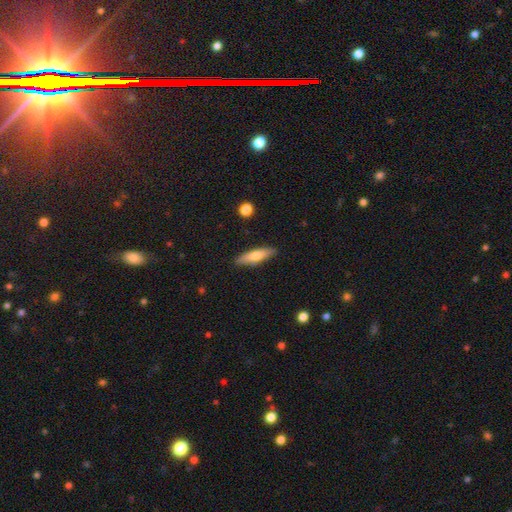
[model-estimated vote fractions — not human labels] smooth 67%, featured or disk 27%, star or artifact 6%. Down the decision tree: how rounded — cigar-shaped (67%); merging — none (88%).